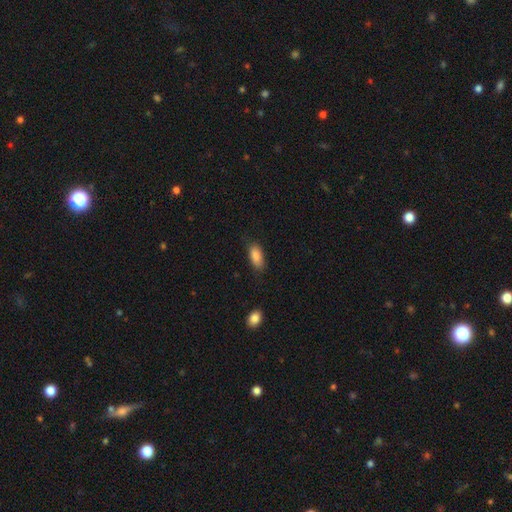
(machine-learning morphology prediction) This appears to be a smooth galaxy with no disk features (87%) that is in between round and cigar-shaped (87%). Merging: none (78%).